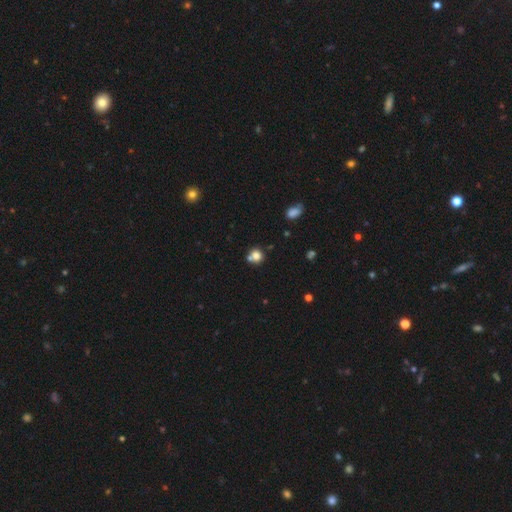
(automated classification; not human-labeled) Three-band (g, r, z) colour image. It shows a smooth galaxy with no disk features (77%) that is round (87%). Merging: none (59%).